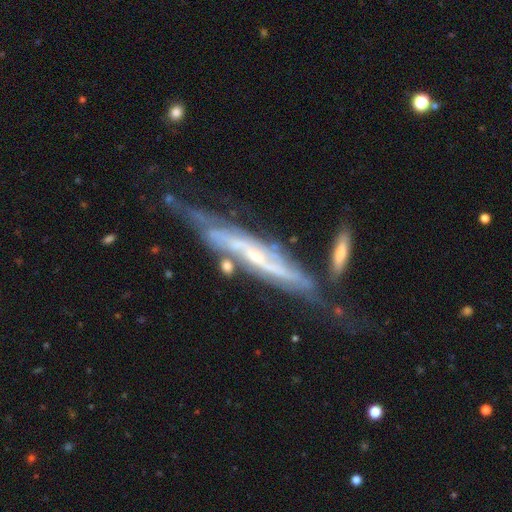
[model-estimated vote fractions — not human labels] This appears to be a featured or disk galaxy (84%) viewed edge-on (58%). Merging: none (51%).